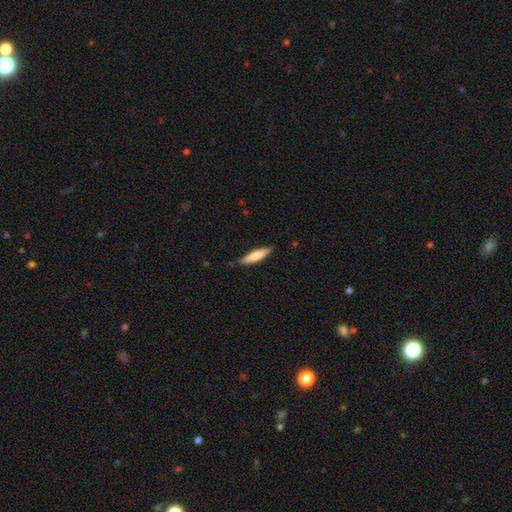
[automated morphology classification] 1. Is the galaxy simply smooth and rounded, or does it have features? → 72% smooth, 22% featured or disk, 5% star or artifact.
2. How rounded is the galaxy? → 83% cigar-shaped, 16% in between, 1% round.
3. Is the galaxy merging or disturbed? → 86% none, 11% minor disturbance, 2% major disturbance, 1% merger.